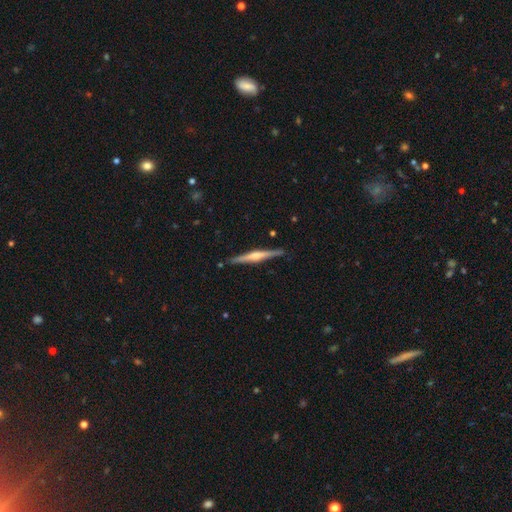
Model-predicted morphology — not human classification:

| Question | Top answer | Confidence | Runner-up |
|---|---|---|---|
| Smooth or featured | featured or disk | 73% | smooth (22%) |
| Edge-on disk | yes | 98% | no (2%) |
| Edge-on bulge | rounded | 80% | boxy (11%) |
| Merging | none | 89% | minor disturbance (8%) |